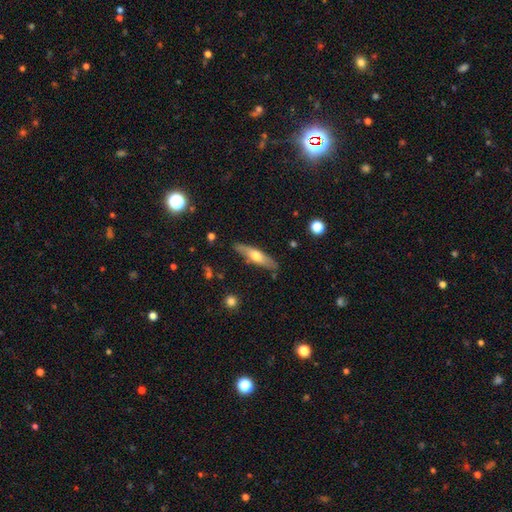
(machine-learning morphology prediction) smooth-or-featured: smooth: 49% | featured or disk: 46% | star or artifact: 6%
  merging: none: 84% | minor disturbance: 12% | major disturbance: 2% | merger: 2%